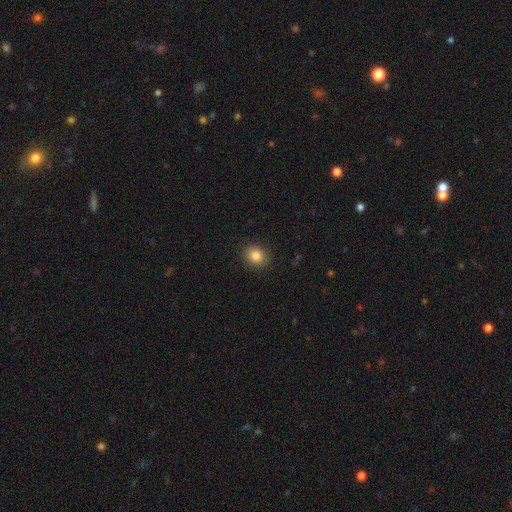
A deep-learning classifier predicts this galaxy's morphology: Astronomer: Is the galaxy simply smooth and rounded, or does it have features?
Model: smooth — 85%.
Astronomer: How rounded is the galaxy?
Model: round — 68%.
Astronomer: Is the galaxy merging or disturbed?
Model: none — 89%.